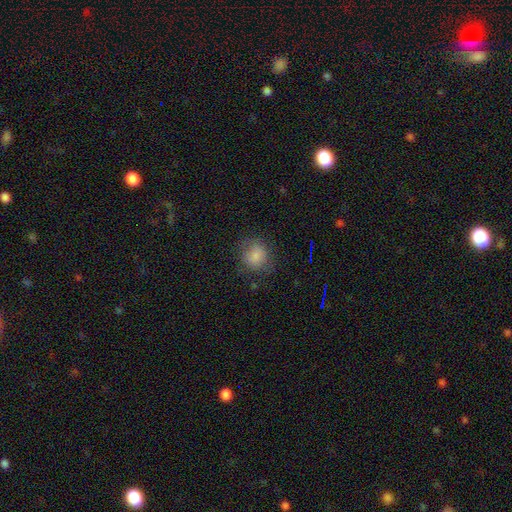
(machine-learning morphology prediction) type=smooth (82%); roundness=round (82%); merging=none (74%).